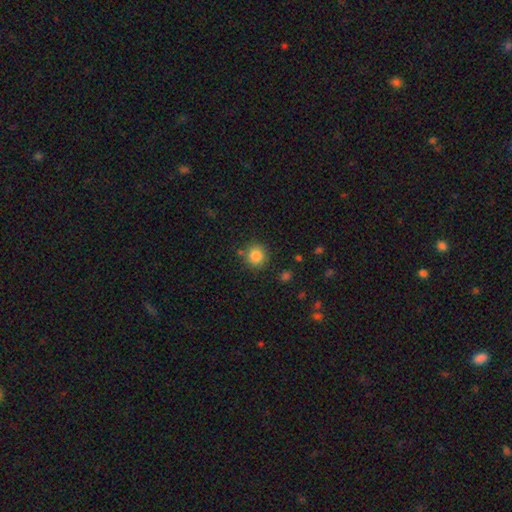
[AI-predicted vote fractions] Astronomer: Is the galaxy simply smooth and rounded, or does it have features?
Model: smooth — 85%.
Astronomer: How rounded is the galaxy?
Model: round — 91%.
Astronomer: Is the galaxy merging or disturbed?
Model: none — 84%.